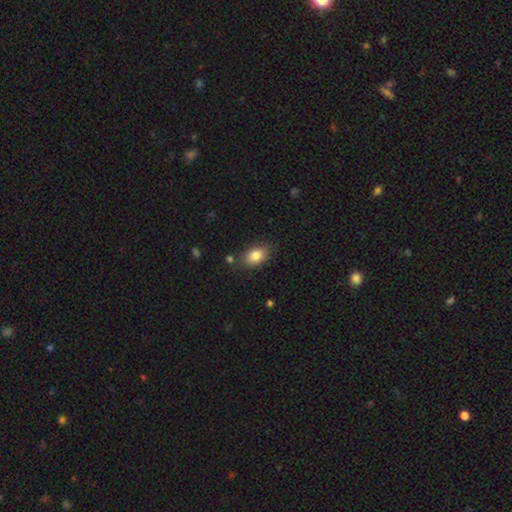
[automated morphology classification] Q: Smooth or featured?
A: smooth (85%); runner-up: star or artifact (8%)
Q: How rounded?
A: in between (87%); runner-up: round (11%)
Q: Merging?
A: none (80%); runner-up: minor disturbance (13%)